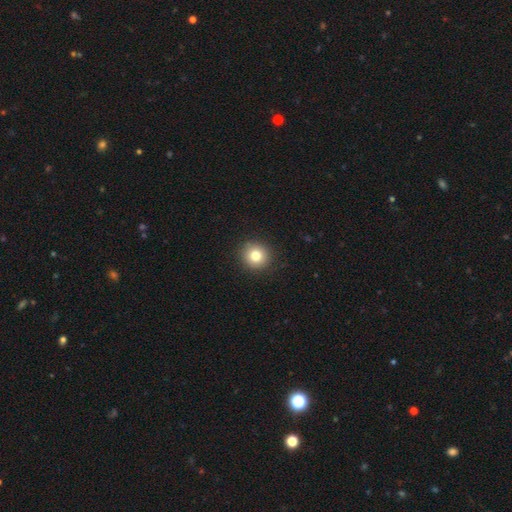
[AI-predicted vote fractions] Smooth or featured? smooth (80%)
How rounded? round (92%)
Merging? none (91%)